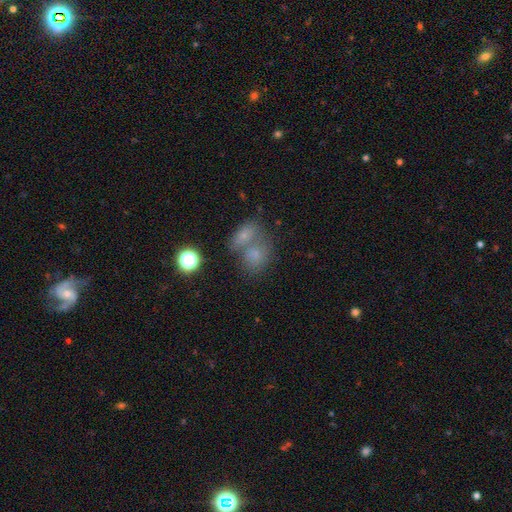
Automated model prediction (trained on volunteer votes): Overall: smooth (70%). How rounded: in between (50%; round 48%). Merging: merger (53%; none 32%).